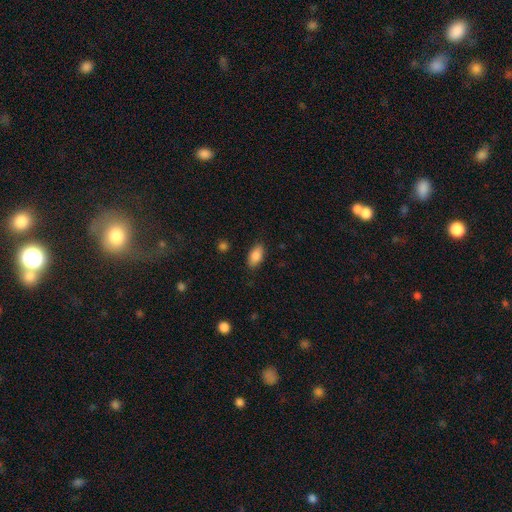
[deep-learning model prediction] Smooth or featured? Predicted: smooth (p=0.85). How rounded? Predicted: in between (p=0.90). Merging? Predicted: none (p=0.85).